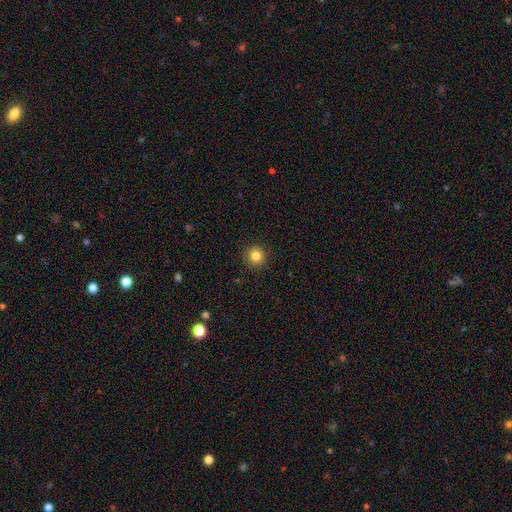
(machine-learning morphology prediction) Smooth or featured?
  - smooth: 83% *
  - star or artifact: 12%
  - featured or disk: 5%
How rounded?
  - round: 95% *
  - in between: 4%
  - cigar-shaped: 1%
Merging?
  - none: 92% *
  - minor disturbance: 5%
  - major disturbance: 2%
  - merger: 1%